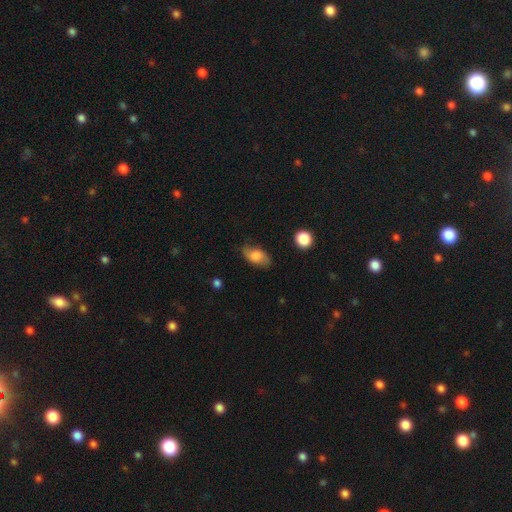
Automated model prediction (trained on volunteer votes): Q: Smooth or featured?
A: smooth (67%); runner-up: featured or disk (24%)
Q: How rounded?
A: in between (89%); runner-up: round (8%)
Q: Merging?
A: none (72%); runner-up: minor disturbance (21%)